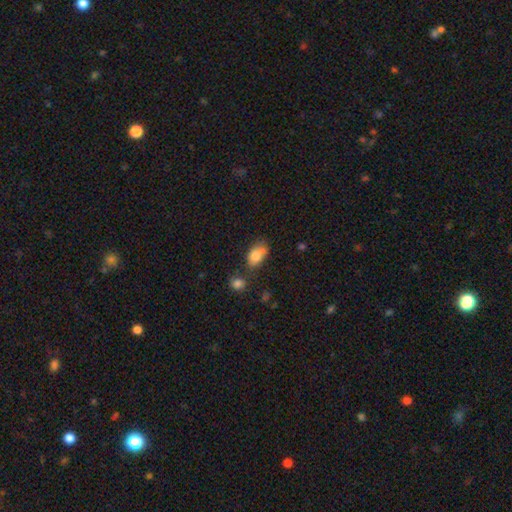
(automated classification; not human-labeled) Smooth or featured? Predicted: smooth (p=0.80). How rounded? Predicted: in between (p=0.85). Merging? Predicted: none (p=0.44).